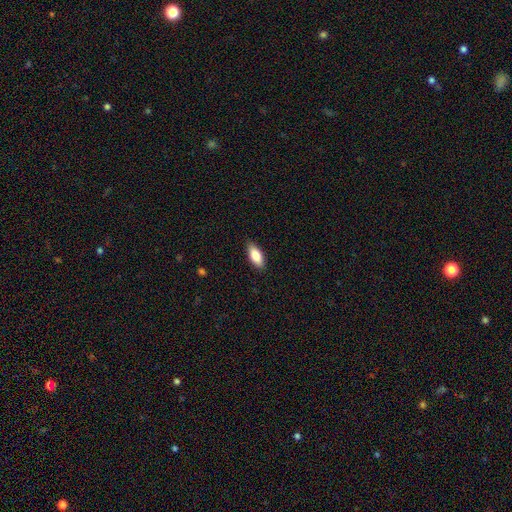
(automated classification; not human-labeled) smooth 80%, featured or disk 13%, star or artifact 6%. Down the decision tree: how rounded — in between (83%); merging — none (87%).